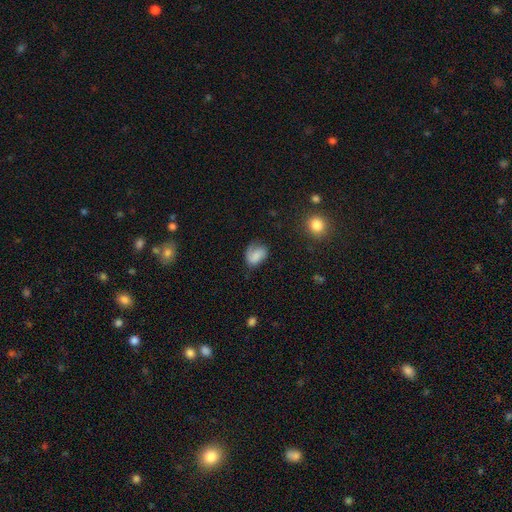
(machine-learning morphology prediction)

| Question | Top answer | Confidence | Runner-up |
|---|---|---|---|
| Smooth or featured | smooth | 65% | featured or disk (26%) |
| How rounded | in between | 73% | round (26%) |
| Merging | none | 49% | minor disturbance (30%) |